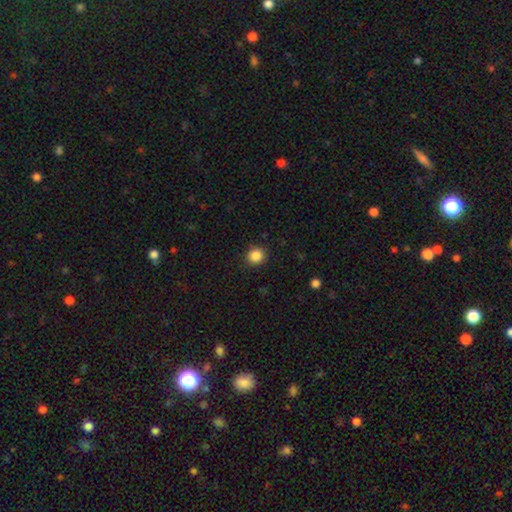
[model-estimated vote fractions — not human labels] smooth 86%, star or artifact 11%, featured or disk 3%. Down the decision tree: how rounded — round (92%); merging — none (90%).